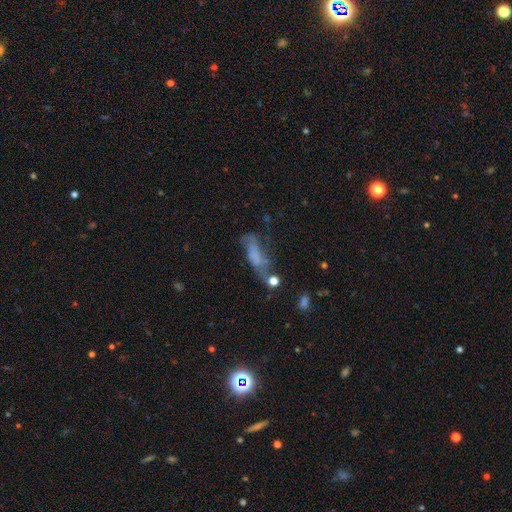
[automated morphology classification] Smooth or featured: smooth — 45% (featured or disk — 40%)
Merging: none — 33% (major disturbance — 31%)